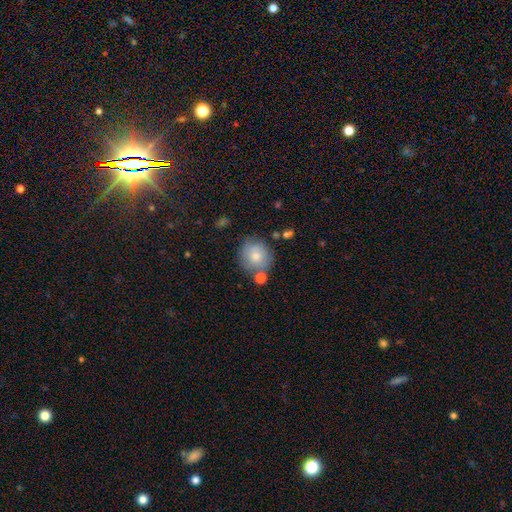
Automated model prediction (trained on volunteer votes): Smooth or featured?
  - smooth: 75% *
  - featured or disk: 17%
  - star or artifact: 8%
How rounded?
  - round: 88% *
  - in between: 11%
  - cigar-shaped: 1%
Merging?
  - none: 68% *
  - minor disturbance: 17%
  - merger: 11%
  - major disturbance: 5%